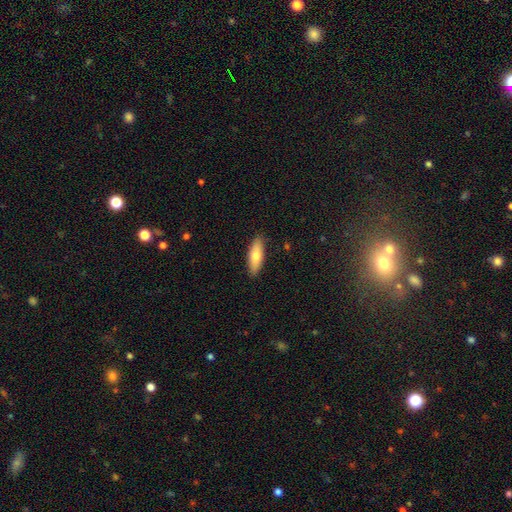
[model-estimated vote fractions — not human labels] Q: Smooth or featured?
A: smooth (73%); runner-up: featured or disk (21%)
Q: How rounded?
A: in between (59%); runner-up: cigar-shaped (39%)
Q: Merging?
A: none (88%); runner-up: minor disturbance (9%)